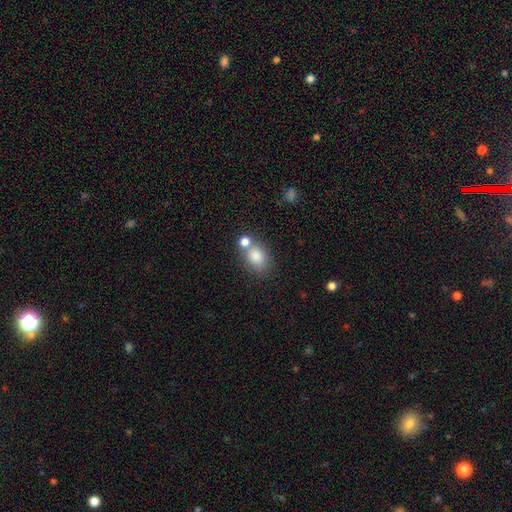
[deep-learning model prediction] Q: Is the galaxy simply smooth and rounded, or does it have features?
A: smooth — 82%.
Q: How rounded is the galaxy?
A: in between — 59%.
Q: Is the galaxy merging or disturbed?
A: none — 53%.